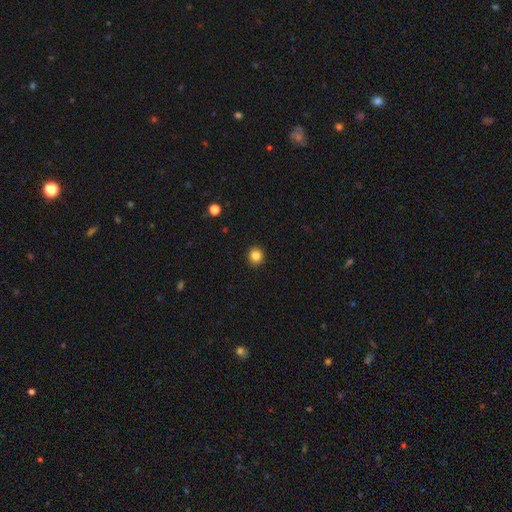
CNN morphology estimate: This is clearly a smooth galaxy (85%). How rounded: clearly round (89%). Merging: clearly none (92%).